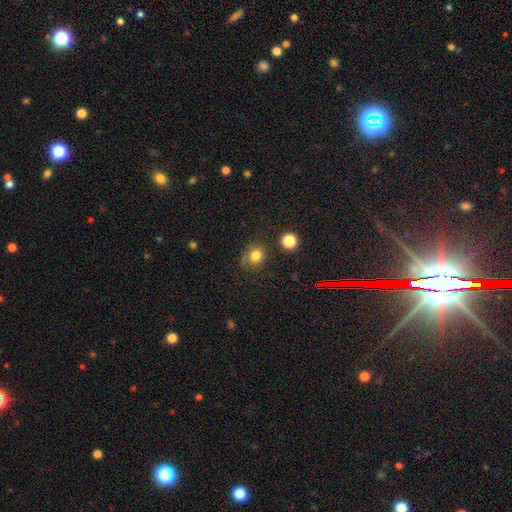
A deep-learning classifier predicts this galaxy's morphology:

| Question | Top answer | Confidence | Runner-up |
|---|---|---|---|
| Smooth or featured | smooth | 80% | star or artifact (13%) |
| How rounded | round | 84% | in between (15%) |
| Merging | none | 74% | minor disturbance (16%) |